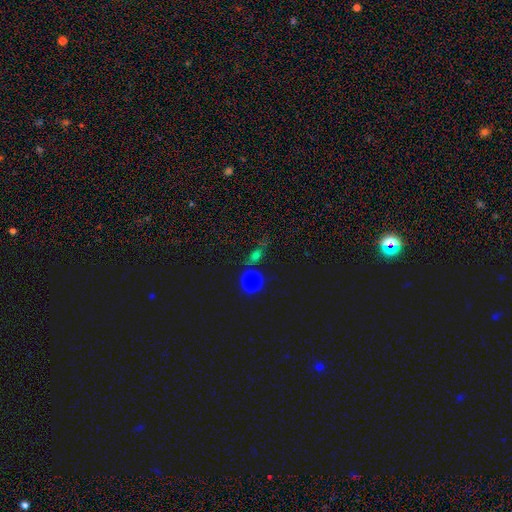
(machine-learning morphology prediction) The model was most divided on "how rounded": round: 50%, in between: 42%, cigar-shaped: 8%. More confident: smooth or featured — smooth (65%); merging — none (62%).